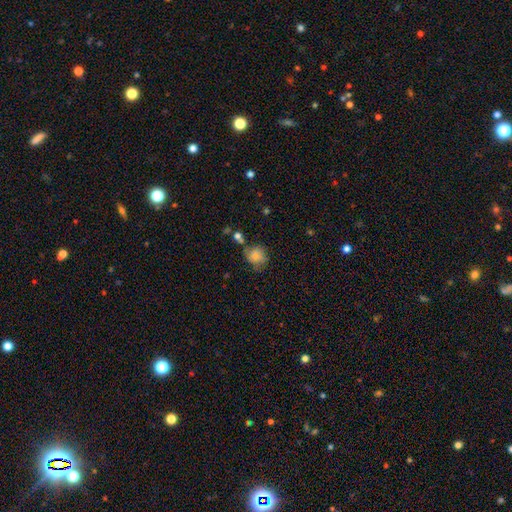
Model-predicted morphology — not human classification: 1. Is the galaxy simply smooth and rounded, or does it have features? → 76% smooth, 14% featured or disk, 11% star or artifact.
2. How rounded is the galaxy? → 75% round, 24% in between, 1% cigar-shaped.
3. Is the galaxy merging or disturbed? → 55% none, 25% minor disturbance, 10% merger, 10% major disturbance.